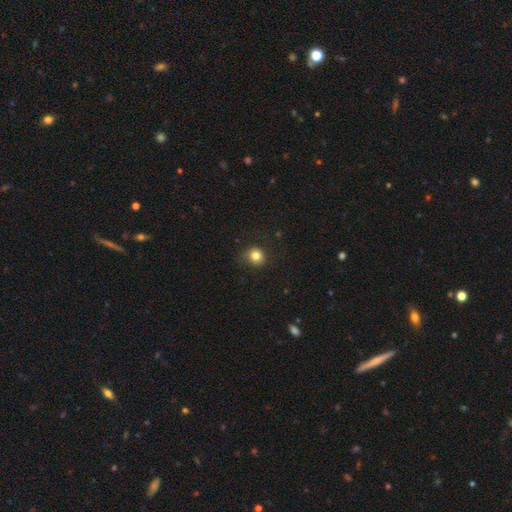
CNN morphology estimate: A smooth galaxy with no disk features (82%) that is round (85%).

Vote fractions:
- Smooth or featured? smooth: 82% / star or artifact: 12% / featured or disk: 6%
- How rounded? round: 85% / in between: 14% / cigar-shaped: 1%
- Merging? none: 80% / minor disturbance: 14% / major disturbance: 4% / merger: 1%